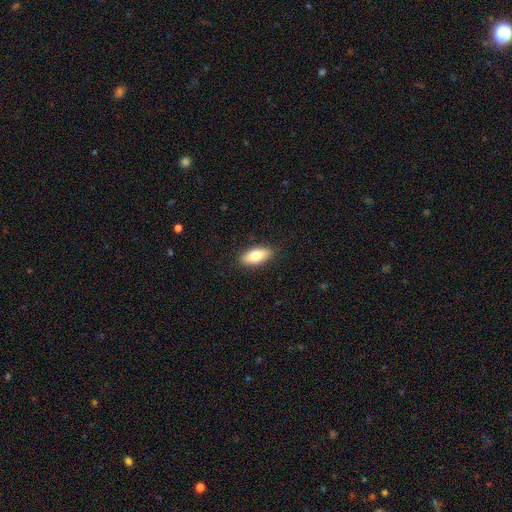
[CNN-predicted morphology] Overall: smooth (80%). How rounded: in between (86%). Merging: none (88%).